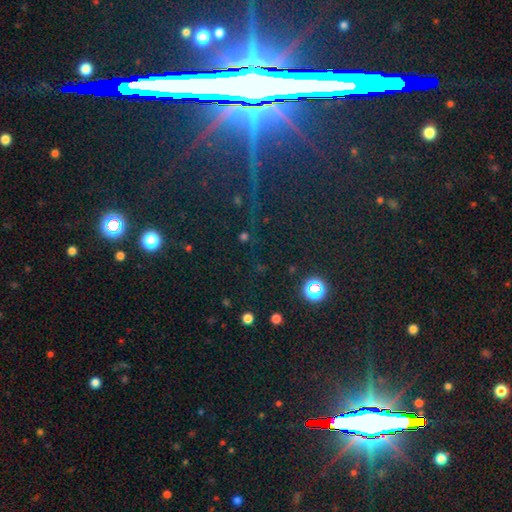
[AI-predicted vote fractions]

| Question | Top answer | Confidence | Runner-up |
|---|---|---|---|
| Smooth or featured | star or artifact | 72% | featured or disk (16%) |